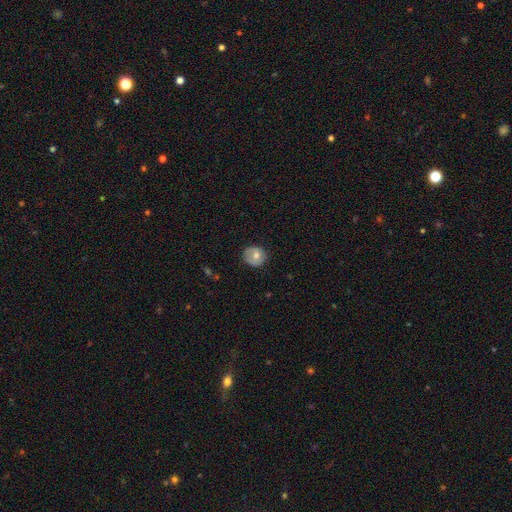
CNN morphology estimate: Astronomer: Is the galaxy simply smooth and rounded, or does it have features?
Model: smooth — 65%.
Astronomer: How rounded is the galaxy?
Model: round — 82%.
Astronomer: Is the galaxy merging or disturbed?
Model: none — 73%.